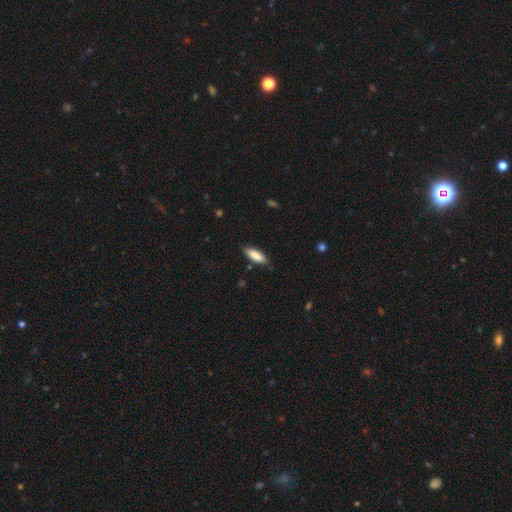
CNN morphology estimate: Smooth or featured? Predicted: smooth (p=0.86). How rounded? Predicted: in between (p=0.61). Merging? Predicted: none (p=0.84).